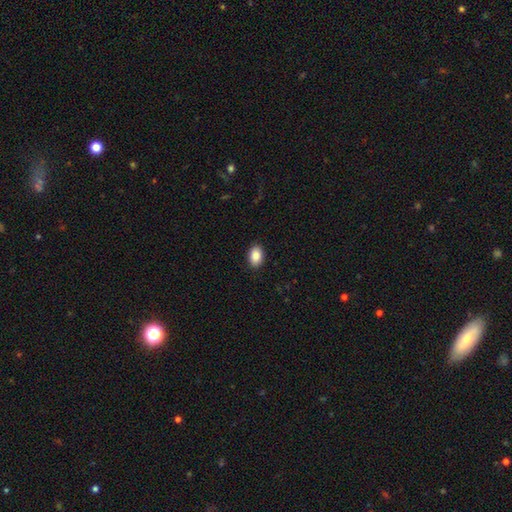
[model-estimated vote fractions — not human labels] smooth-or-featured: smooth: 89% | star or artifact: 7% | featured or disk: 4%
  how-rounded: in between: 88% | round: 11% | cigar-shaped: 1%
  merging: none: 90% | minor disturbance: 7% | major disturbance: 2% | merger: 1%